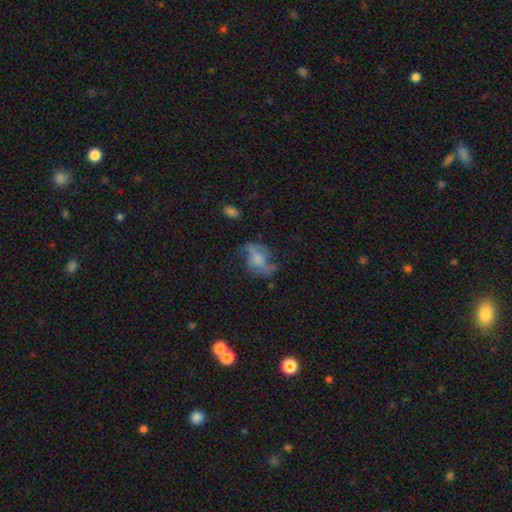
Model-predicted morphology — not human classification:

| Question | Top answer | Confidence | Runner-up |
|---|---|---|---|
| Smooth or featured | featured or disk | 54% | smooth (34%) |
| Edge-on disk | no | 94% | yes (6%) |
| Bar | no | 62% | weak (28%) |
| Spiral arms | yes | 65% | no (35%) |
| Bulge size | none | 30% | moderate (28%) |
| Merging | none | 45% | major disturbance (28%) |